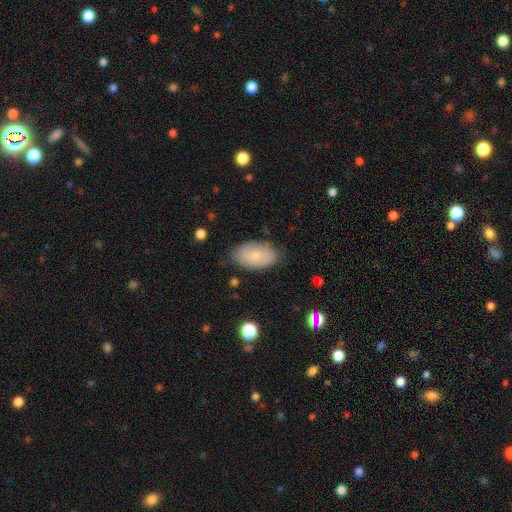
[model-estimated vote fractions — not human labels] Overall: smooth (71%). How rounded: in between (93%). Merging: none (74%).